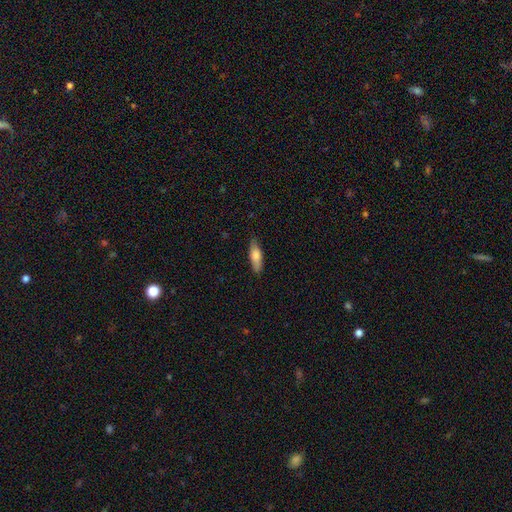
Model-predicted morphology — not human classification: A smooth galaxy with no disk features (72%) that is in between round and cigar-shaped (52%). Merging: none (83%).